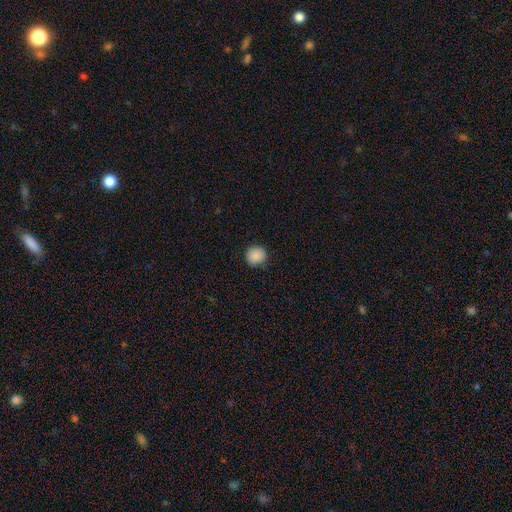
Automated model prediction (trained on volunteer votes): The model was most divided on "smooth or featured": smooth: 88%, star or artifact: 9%, featured or disk: 3%. More confident: how rounded — round (93%); merging — none (89%).